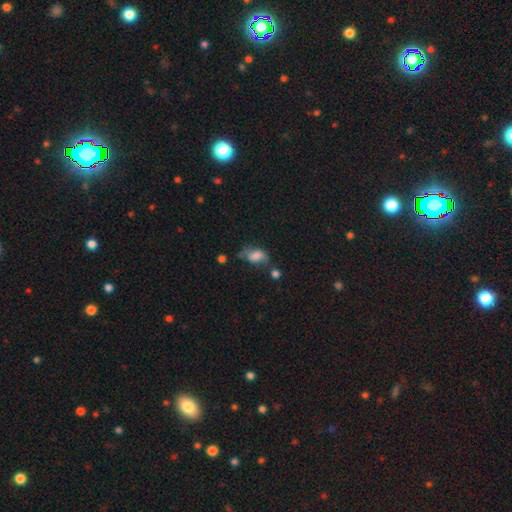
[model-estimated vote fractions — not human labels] Smooth or featured? Predicted: smooth (p=0.64). How rounded? Predicted: in between (p=0.85). Merging? Predicted: none (p=0.35).